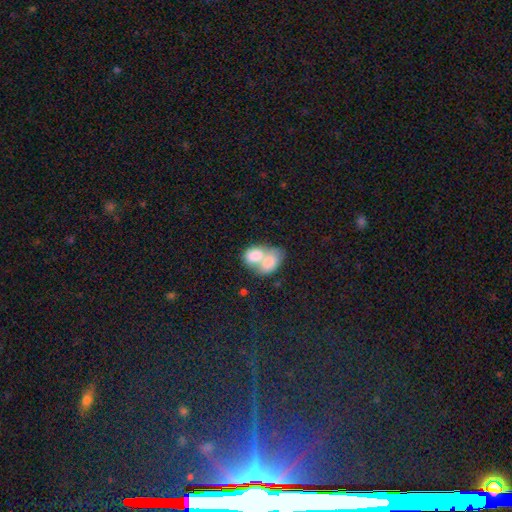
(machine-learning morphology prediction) Smooth or featured? Predicted: smooth (p=0.77). How rounded? Predicted: in between (p=0.80). Merging? Predicted: merger (p=0.79).